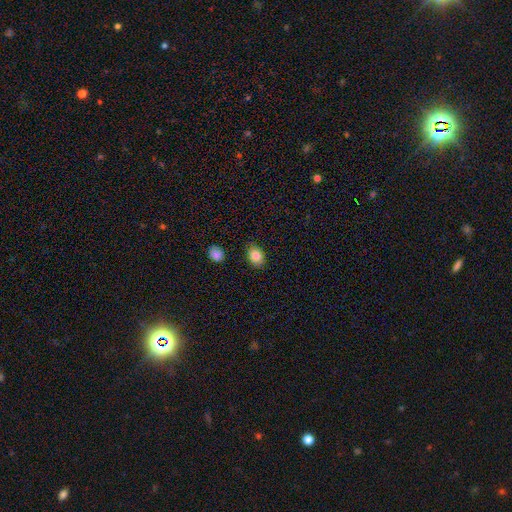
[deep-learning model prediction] A smooth galaxy with no disk features (85%) that is in between round and cigar-shaped (75%).

Vote fractions:
- Smooth or featured? smooth: 85% / star or artifact: 8% / featured or disk: 7%
- How rounded? in between: 75% / round: 24% / cigar-shaped: 1%
- Merging? none: 84% / minor disturbance: 11% / major disturbance: 2% / merger: 2%